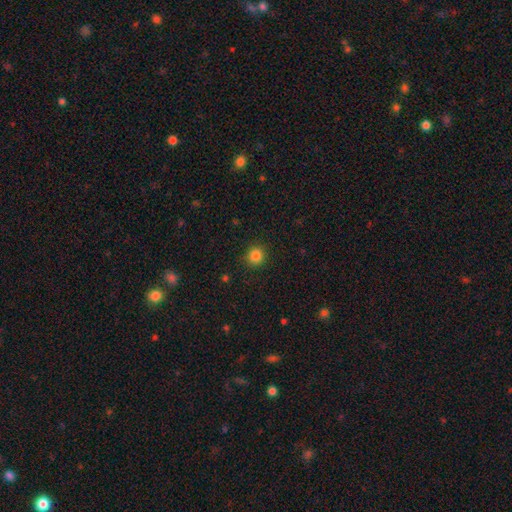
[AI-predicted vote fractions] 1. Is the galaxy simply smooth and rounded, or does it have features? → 84% smooth, 12% star or artifact, 4% featured or disk.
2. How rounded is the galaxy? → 92% round, 7% in between, 1% cigar-shaped.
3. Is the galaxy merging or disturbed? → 91% none, 6% minor disturbance, 2% major disturbance, 1% merger.